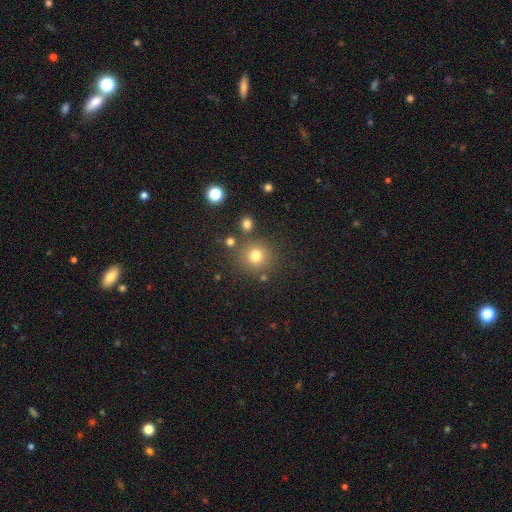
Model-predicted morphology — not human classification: Smooth or featured? smooth (76%)
How rounded? round (92%)
Merging? none (82%)